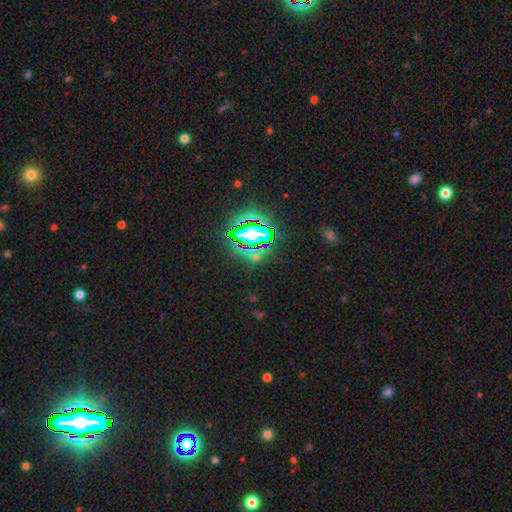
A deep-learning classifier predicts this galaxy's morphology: Smooth or featured?
  - star or artifact: 75% *
  - smooth: 15%
  - featured or disk: 9%